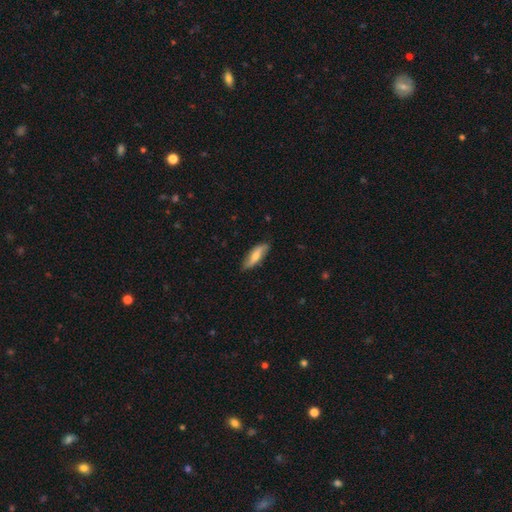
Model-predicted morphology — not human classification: type=smooth (59%); roundness=in between (55%); merging=none (82%).